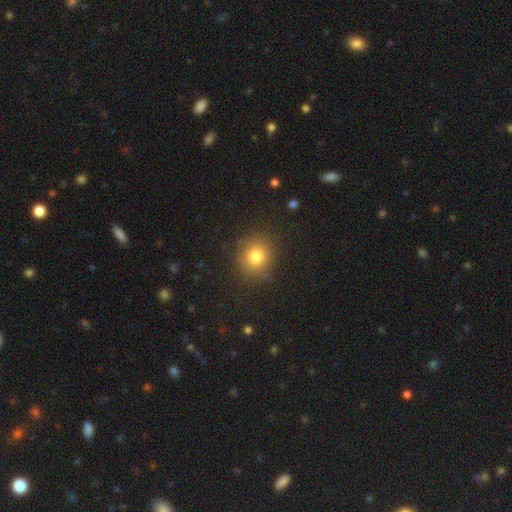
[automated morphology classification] A smooth galaxy with no disk features (80%) that is round (80%). Merging: none (85%).